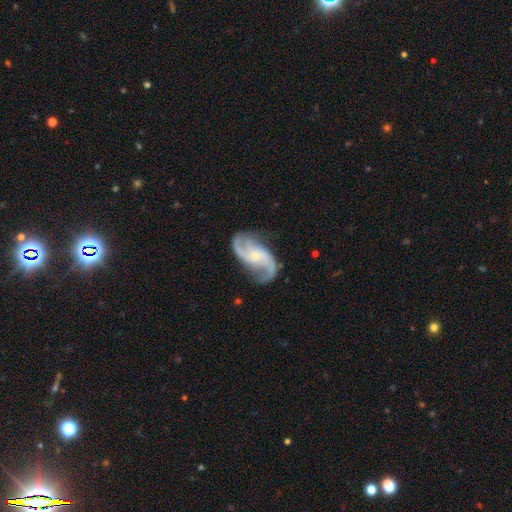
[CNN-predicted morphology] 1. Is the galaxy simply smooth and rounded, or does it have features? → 90% featured or disk, 5% smooth, 5% star or artifact.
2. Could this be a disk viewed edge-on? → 97% no, 3% yes.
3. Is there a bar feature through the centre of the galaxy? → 52% no, 35% weak, 13% strong.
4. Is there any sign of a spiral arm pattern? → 97% yes, 3% no.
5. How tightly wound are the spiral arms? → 58% loose, 34% medium, 8% tight.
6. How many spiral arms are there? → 92% 2, 2% can't tell, 2% 3, 1% 1, 1% 4, 1% more than 4.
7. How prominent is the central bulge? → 70% small, 20% moderate, 7% none, 2% large, 1% dominant.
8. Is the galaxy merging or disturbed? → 75% none, 16% minor disturbance, 8% major disturbance, 2% merger.